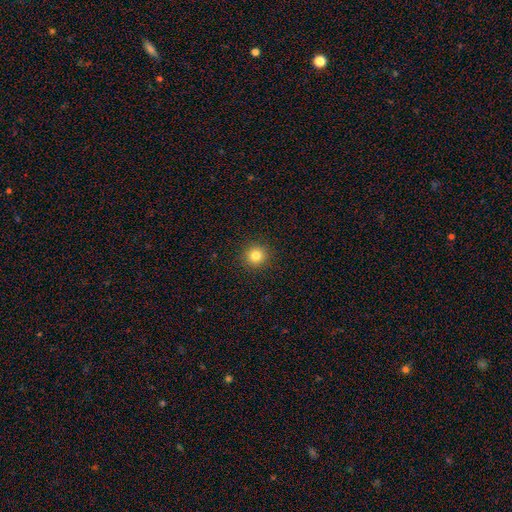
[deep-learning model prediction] smooth-or-featured: smooth: 82% | star or artifact: 12% | featured or disk: 6%
  how-rounded: round: 94% | in between: 5% | cigar-shaped: 1%
  merging: none: 92% | minor disturbance: 5% | major disturbance: 2% | merger: 1%